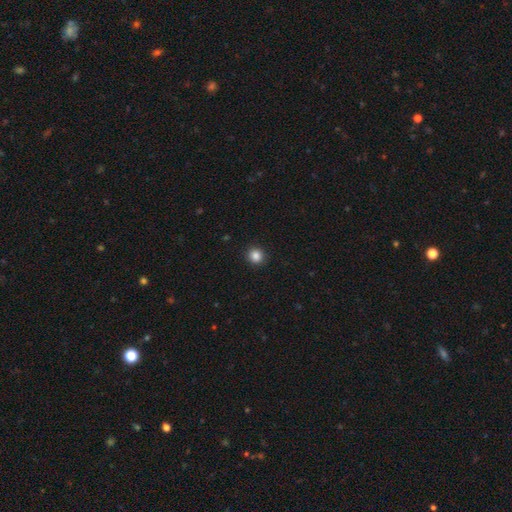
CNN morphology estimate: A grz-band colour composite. It shows a smooth galaxy with no disk features (86%) that is round (91%). Merging: none (93%).